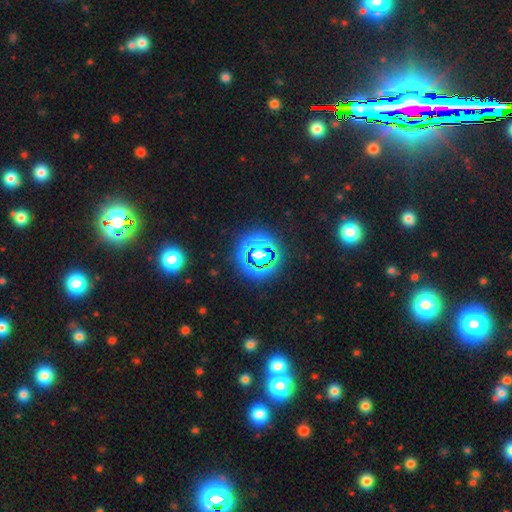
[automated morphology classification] star or artifact 77%, smooth 16%, featured or disk 8%.